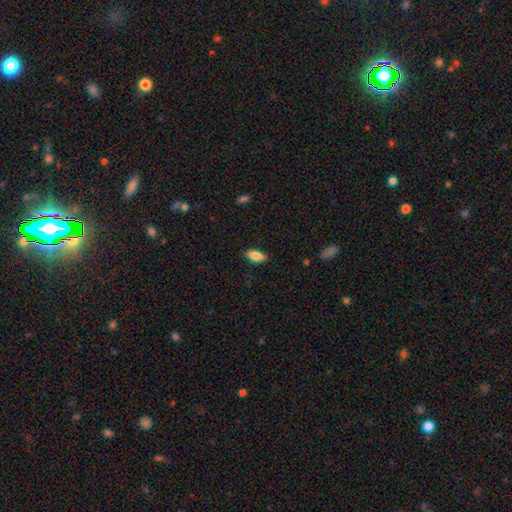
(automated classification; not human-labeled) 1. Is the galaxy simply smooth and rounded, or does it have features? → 84% smooth, 9% featured or disk, 7% star or artifact.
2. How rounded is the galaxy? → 86% in between, 12% cigar-shaped, 3% round.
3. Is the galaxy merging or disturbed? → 84% none, 12% minor disturbance, 2% major disturbance, 1% merger.